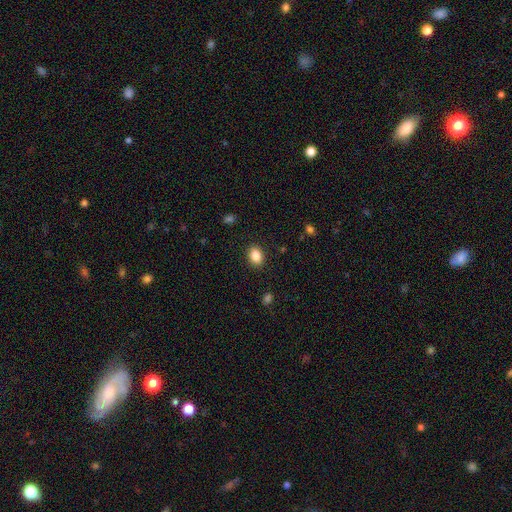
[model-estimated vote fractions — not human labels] Smooth or featured?
  - smooth: 87% *
  - star or artifact: 9%
  - featured or disk: 4%
How rounded?
  - in between: 72% *
  - round: 27%
  - cigar-shaped: 1%
Merging?
  - none: 89% *
  - minor disturbance: 8%
  - major disturbance: 2%
  - merger: 1%